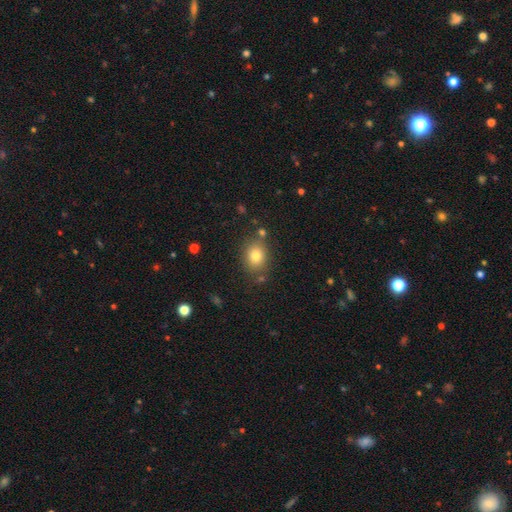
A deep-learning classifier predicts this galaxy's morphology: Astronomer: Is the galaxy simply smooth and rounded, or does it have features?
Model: smooth — 79%.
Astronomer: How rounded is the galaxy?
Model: round — 58% (runner-up: in between, 41%).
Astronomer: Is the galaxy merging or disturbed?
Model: none — 79%.